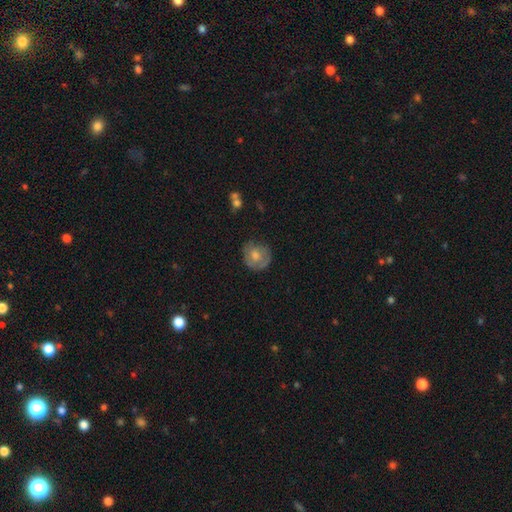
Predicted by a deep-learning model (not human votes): A smooth galaxy with no disk features (57%) that is round (81%).

Vote fractions:
- Smooth or featured? smooth: 57% / featured or disk: 36% / star or artifact: 7%
- How rounded? round: 81% / in between: 18% / cigar-shaped: 1%
- Merging? none: 68% / minor disturbance: 23% / major disturbance: 8% / merger: 2%